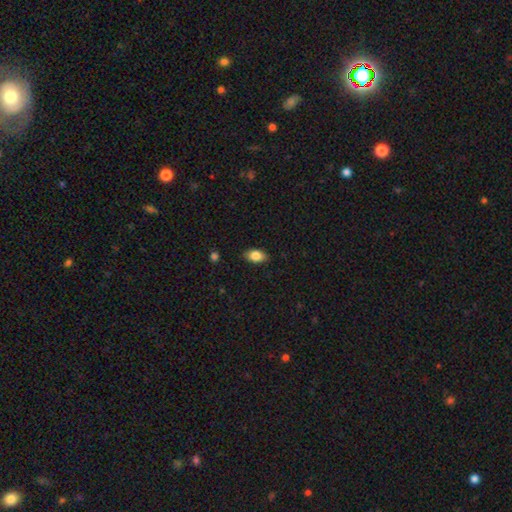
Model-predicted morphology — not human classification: A smooth galaxy with no disk features (83%) that is in between round and cigar-shaped (89%).

Vote fractions:
- Smooth or featured? smooth: 83% / featured or disk: 9% / star or artifact: 8%
- How rounded? in between: 89% / round: 7% / cigar-shaped: 3%
- Merging? none: 85% / minor disturbance: 11% / major disturbance: 2% / merger: 1%